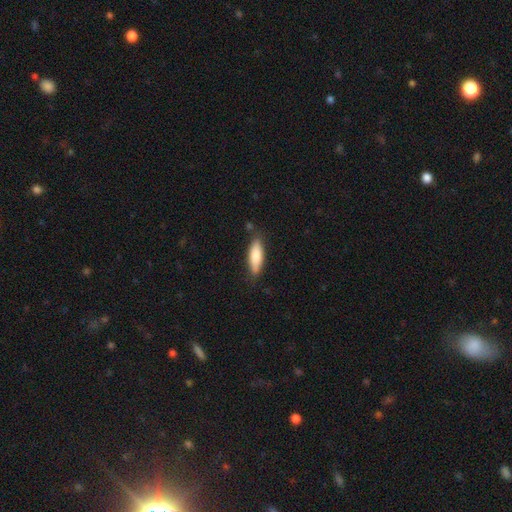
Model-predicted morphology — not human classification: Smooth or featured? smooth (78%)
How rounded? in between (49%, tied with cigar-shaped)
Merging? none (81%)